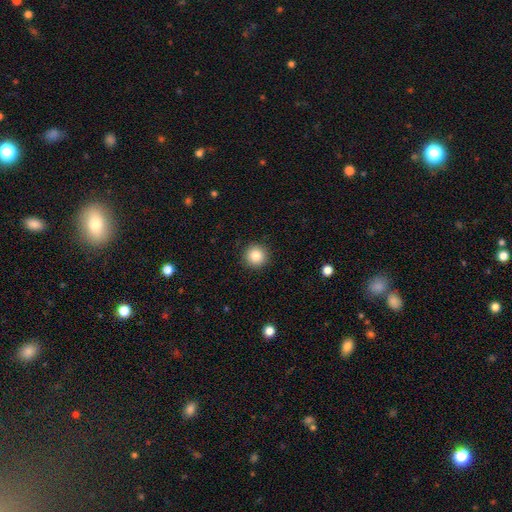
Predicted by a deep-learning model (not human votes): The model was most divided on "smooth or featured": smooth: 84%, star or artifact: 10%, featured or disk: 6%. More confident: how rounded — round (95%); merging — none (92%).